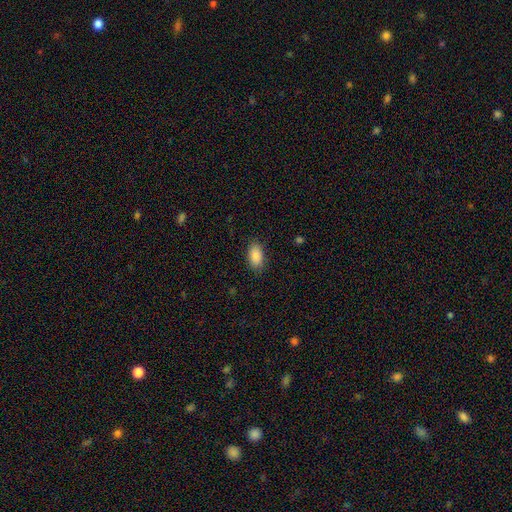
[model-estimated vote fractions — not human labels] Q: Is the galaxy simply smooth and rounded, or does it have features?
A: smooth — 89%.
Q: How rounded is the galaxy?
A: in between — 93%.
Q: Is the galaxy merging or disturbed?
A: none — 85%.